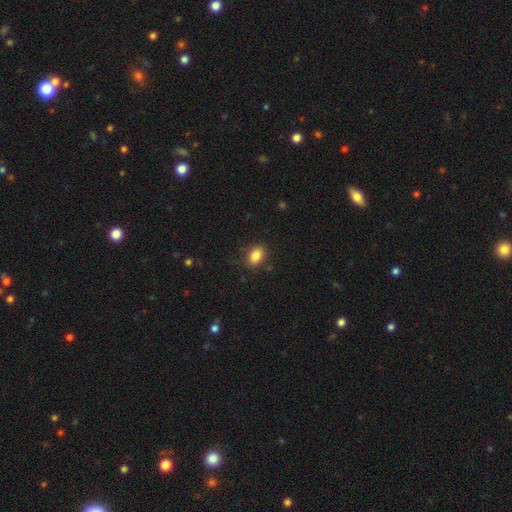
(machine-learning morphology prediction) Q: Smooth or featured?
A: smooth (85%); runner-up: star or artifact (9%)
Q: How rounded?
A: in between (77%); runner-up: round (22%)
Q: Merging?
A: none (84%); runner-up: minor disturbance (12%)